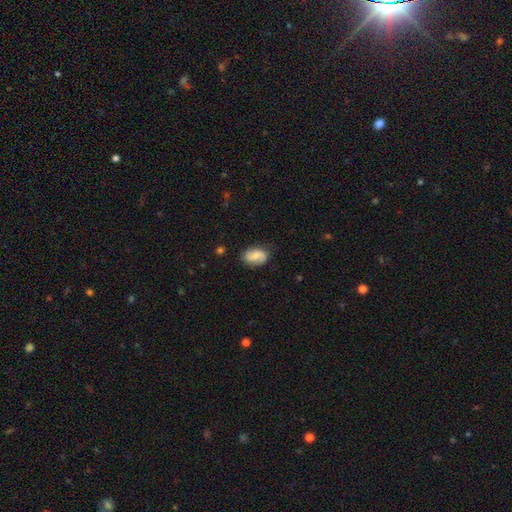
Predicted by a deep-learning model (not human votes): The model was most divided on "smooth or featured": smooth: 54%, featured or disk: 38%, star or artifact: 8%. More confident: how rounded — in between (85%); merging — none (77%).